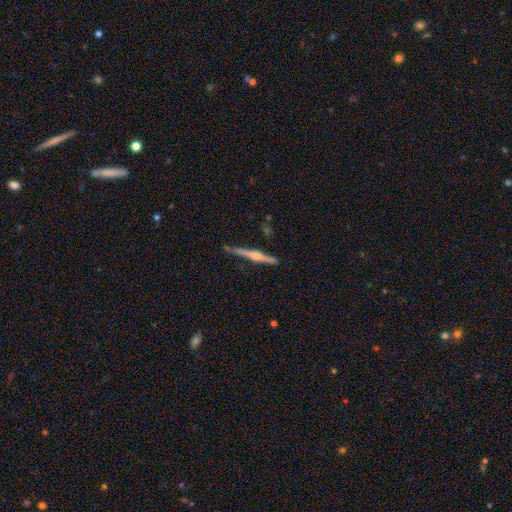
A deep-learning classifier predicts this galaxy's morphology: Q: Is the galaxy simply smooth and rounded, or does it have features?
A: featured or disk — 73%.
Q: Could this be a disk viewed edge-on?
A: yes — 98%.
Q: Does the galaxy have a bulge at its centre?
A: rounded — 81%.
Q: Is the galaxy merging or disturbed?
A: none — 85%.